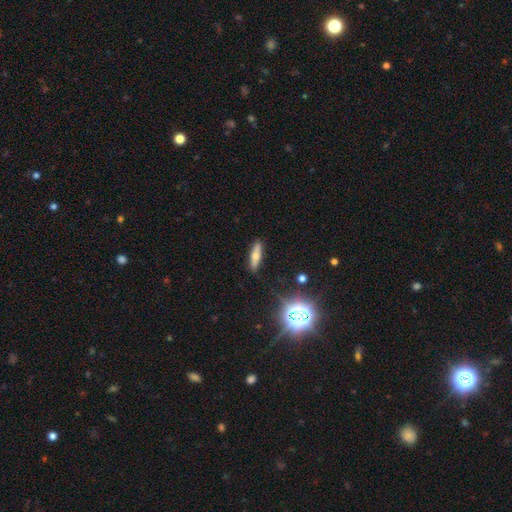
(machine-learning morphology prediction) smooth-or-featured: smooth: 61% | featured or disk: 27% | star or artifact: 12%
  how-rounded: cigar-shaped: 63% | in between: 33% | round: 3%
  merging: none: 87% | minor disturbance: 9% | major disturbance: 2% | merger: 2%